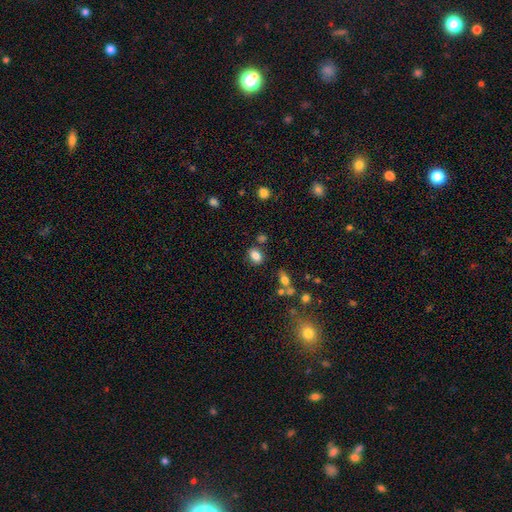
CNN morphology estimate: Q: Smooth or featured?
A: smooth (82%); runner-up: star or artifact (10%)
Q: How rounded?
A: in between (72%); runner-up: round (27%)
Q: Merging?
A: none (75%); runner-up: minor disturbance (13%)